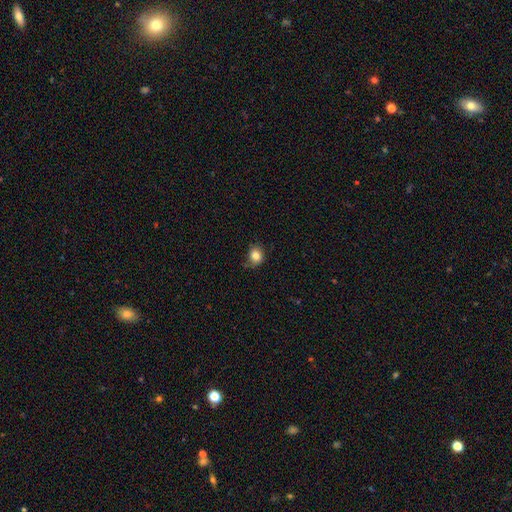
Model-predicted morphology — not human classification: A smooth galaxy with no disk features (83%) that is round (71%). Merging: none (74%).